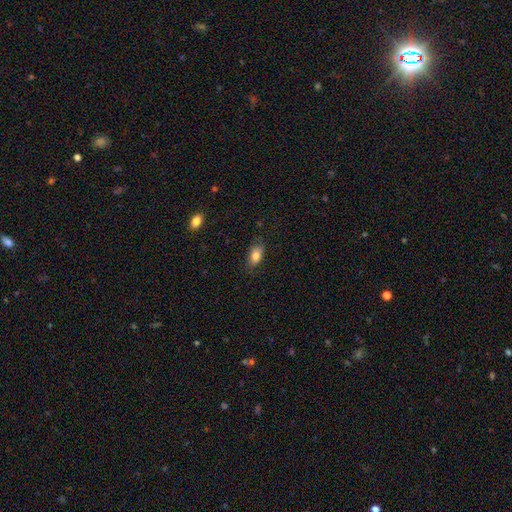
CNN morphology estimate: A smooth galaxy with no disk features (82%) that is in between round and cigar-shaped (88%). Merging: none (78%).